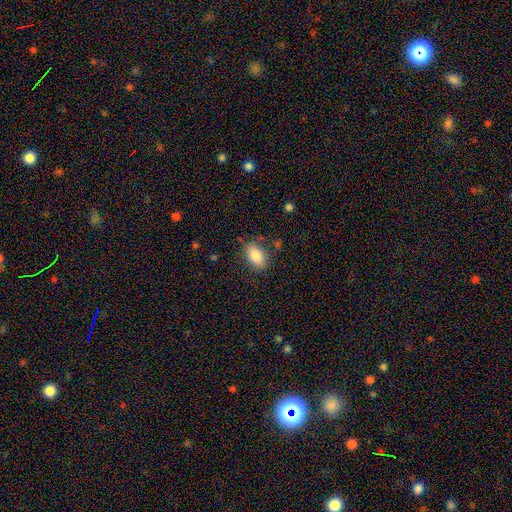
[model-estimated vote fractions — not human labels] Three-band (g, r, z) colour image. It shows a smooth galaxy with no disk features (85%) that is in between round and cigar-shaped (90%). Merging: none (76%).